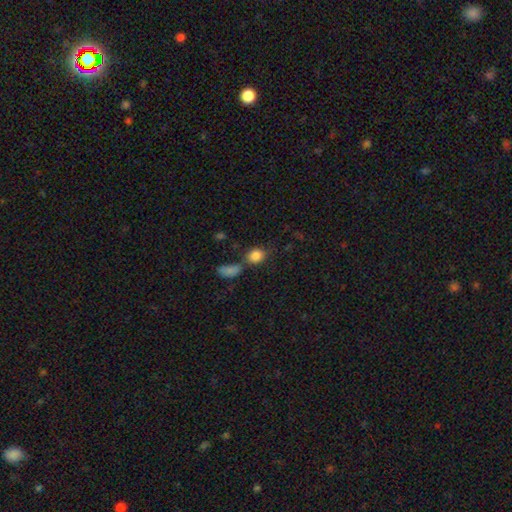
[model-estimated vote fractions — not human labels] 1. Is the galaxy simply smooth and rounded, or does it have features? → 83% smooth, 10% star or artifact, 6% featured or disk.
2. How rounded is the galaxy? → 56% round, 42% in between, 2% cigar-shaped.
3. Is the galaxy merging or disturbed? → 55% none, 25% merger, 14% minor disturbance, 7% major disturbance.